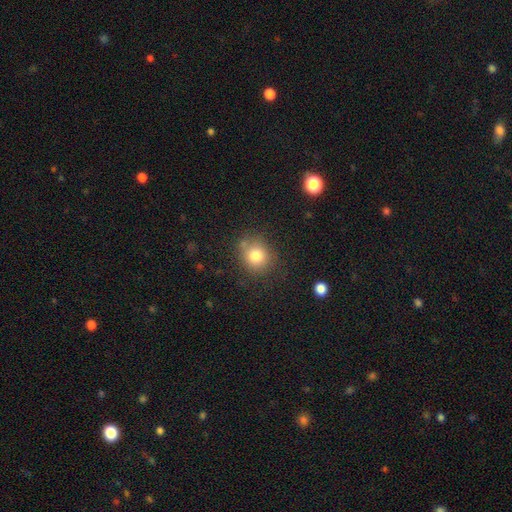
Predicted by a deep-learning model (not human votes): Morphology: type=smooth (80%); roundness=round (79%); merging=none (74%).